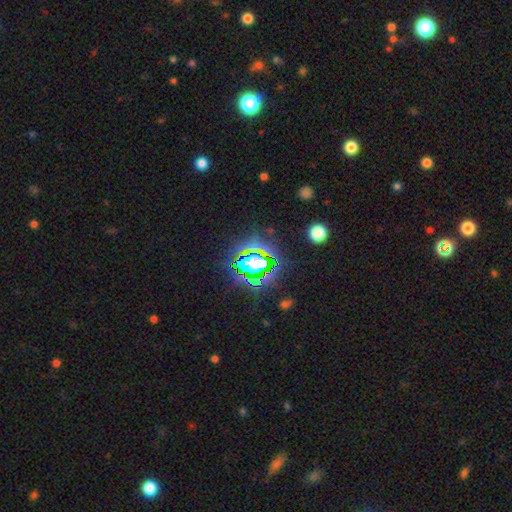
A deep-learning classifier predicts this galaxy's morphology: smooth_or_featured: star or artifact (p=0.75) [alt: smooth p=0.15]